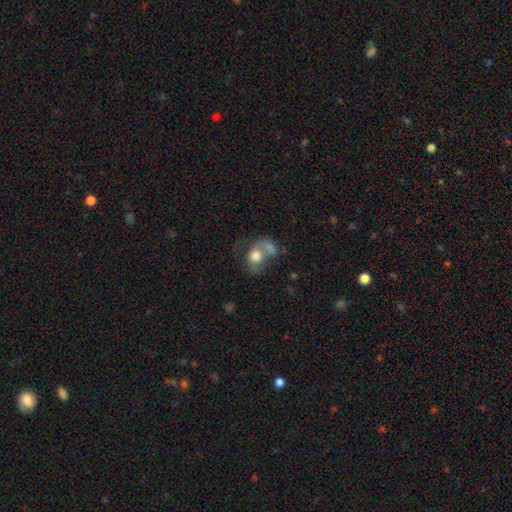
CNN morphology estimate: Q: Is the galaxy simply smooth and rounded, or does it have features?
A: smooth — 66%.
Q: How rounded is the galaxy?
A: in between — 50%.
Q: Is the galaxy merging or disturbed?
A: merger — 47%.